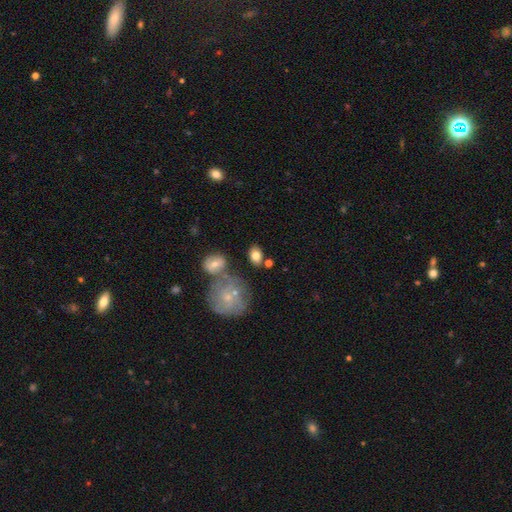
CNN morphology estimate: A smooth galaxy with no disk features (76%) that is in between round and cigar-shaped (77%). Merging: none (72%).